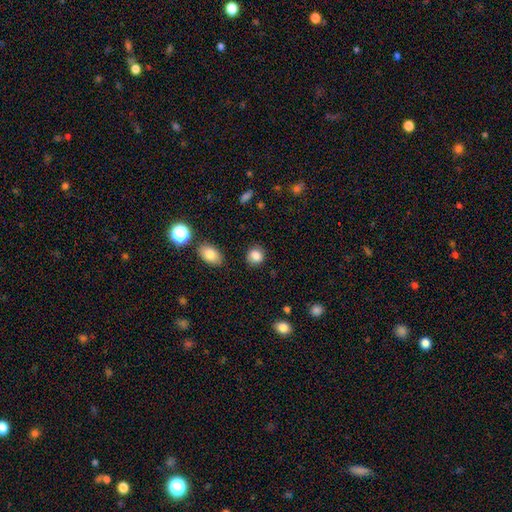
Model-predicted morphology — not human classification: Smooth or featured?
  - smooth: 85% *
  - star or artifact: 10%
  - featured or disk: 5%
How rounded?
  - round: 77% *
  - in between: 22%
  - cigar-shaped: 1%
Merging?
  - none: 83% *
  - minor disturbance: 11%
  - major disturbance: 3%
  - merger: 2%